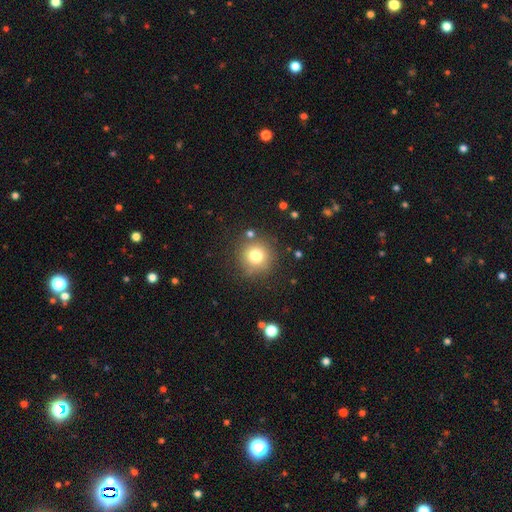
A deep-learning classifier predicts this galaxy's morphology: Overall: smooth (76%). How rounded: round (94%). Merging: none (84%).